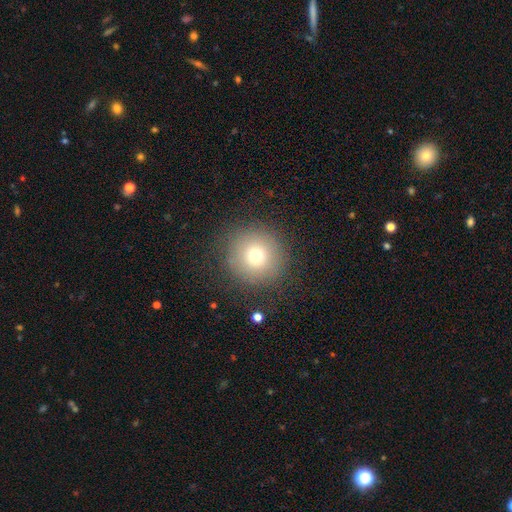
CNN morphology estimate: smooth 72%, star or artifact 16%, featured or disk 12%. Down the decision tree: how rounded — round (95%); merging — none (87%).